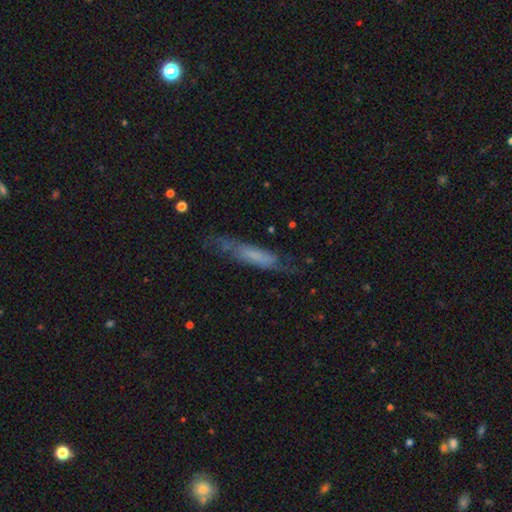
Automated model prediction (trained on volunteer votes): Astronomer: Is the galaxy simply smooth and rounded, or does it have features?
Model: featured or disk — 46% (runner-up: smooth, 45%).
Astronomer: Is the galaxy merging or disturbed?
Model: none — 58%.